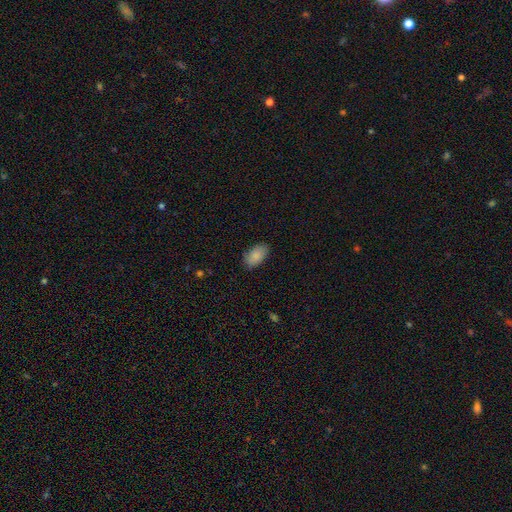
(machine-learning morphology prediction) Q: Smooth or featured?
A: smooth (87%); runner-up: star or artifact (7%)
Q: How rounded?
A: in between (94%); runner-up: round (4%)
Q: Merging?
A: none (84%); runner-up: minor disturbance (12%)